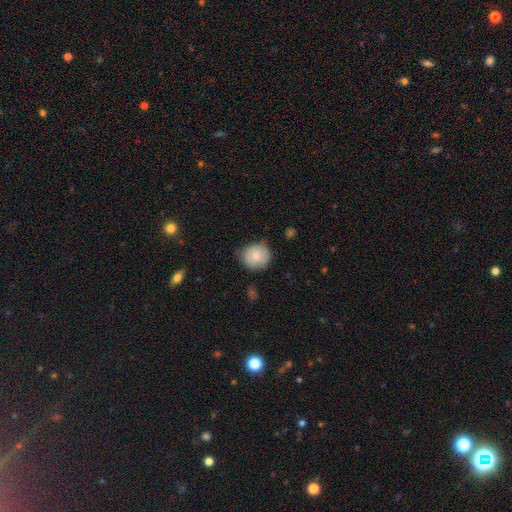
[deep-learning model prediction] A smooth galaxy with no disk features (81%) that is round (85%).

Vote fractions:
- Smooth or featured? smooth: 81% / featured or disk: 11% / star or artifact: 8%
- How rounded? round: 85% / in between: 14% / cigar-shaped: 1%
- Merging? none: 71% / minor disturbance: 24% / major disturbance: 4% / merger: 2%